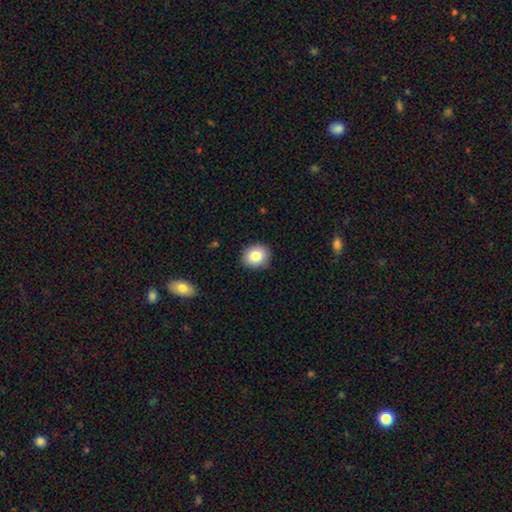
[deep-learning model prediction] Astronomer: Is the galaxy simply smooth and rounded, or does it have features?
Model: smooth — 82%.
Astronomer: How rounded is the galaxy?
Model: round — 71%.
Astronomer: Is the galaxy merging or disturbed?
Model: none — 89%.